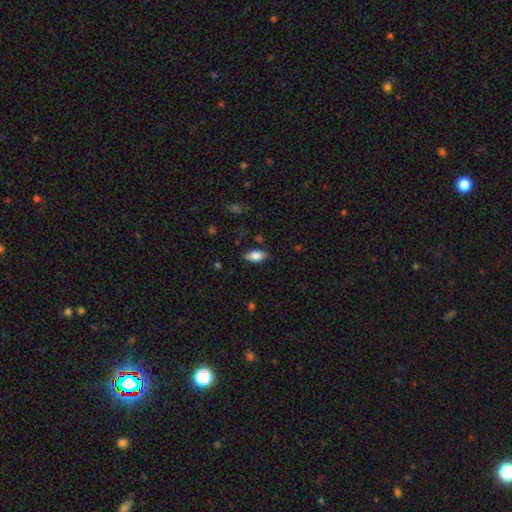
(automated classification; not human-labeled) This is clearly a smooth galaxy (81%). How rounded: clearly in between (89%). Merging: clearly none (82%).